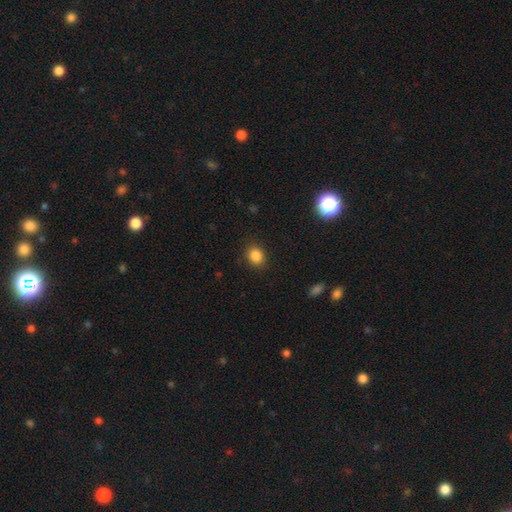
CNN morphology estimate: A smooth galaxy with no disk features (85%) that is round (62%).

Vote fractions:
- Smooth or featured? smooth: 85% / star or artifact: 11% / featured or disk: 4%
- How rounded? round: 62% / in between: 37% / cigar-shaped: 1%
- Merging? none: 87% / minor disturbance: 9% / major disturbance: 3% / merger: 1%